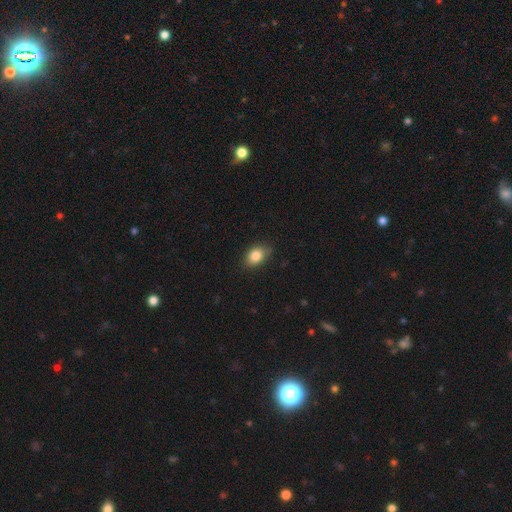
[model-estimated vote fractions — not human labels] Smooth or featured?
  - smooth: 85% *
  - star or artifact: 8%
  - featured or disk: 7%
How rounded?
  - in between: 79% *
  - round: 20%
  - cigar-shaped: 1%
Merging?
  - none: 80% *
  - minor disturbance: 16%
  - major disturbance: 3%
  - merger: 1%